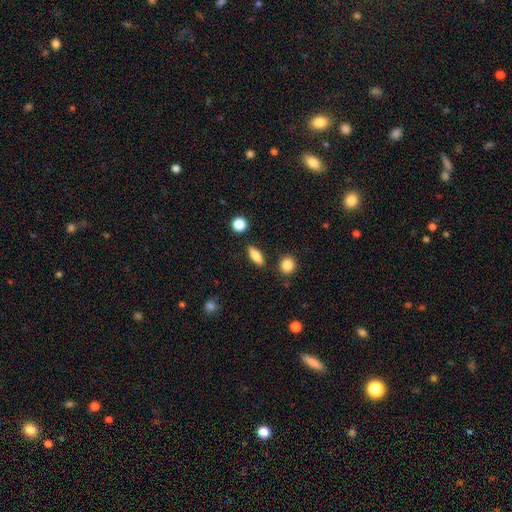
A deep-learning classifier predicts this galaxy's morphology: Overall: smooth (78%). How rounded: in between (63%; cigar-shaped 32%). Merging: none (87%).